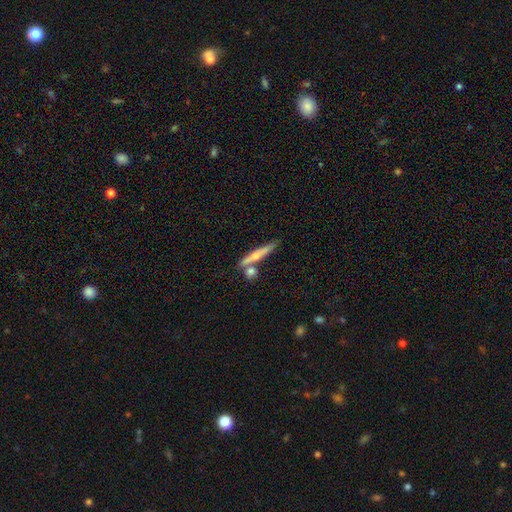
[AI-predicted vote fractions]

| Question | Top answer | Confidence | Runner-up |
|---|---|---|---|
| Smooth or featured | smooth | 51% | featured or disk (42%) |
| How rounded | cigar-shaped | 89% | in between (8%) |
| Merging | none | 64% | merger (20%) |